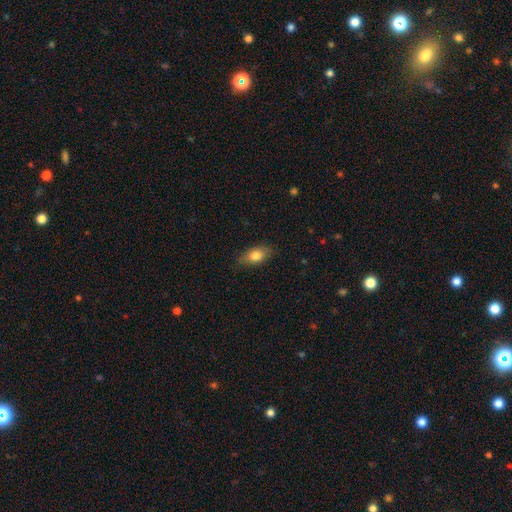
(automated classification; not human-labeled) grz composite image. It shows a smooth galaxy with no disk features (79%) that is in between round and cigar-shaped (86%). Merging: none (80%).